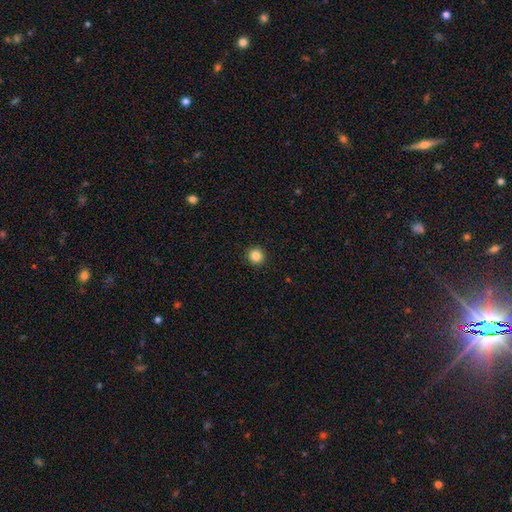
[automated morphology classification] The model was most divided on "smooth or featured": smooth: 85%, star or artifact: 11%, featured or disk: 4%. More confident: how rounded — round (94%); merging — none (93%).